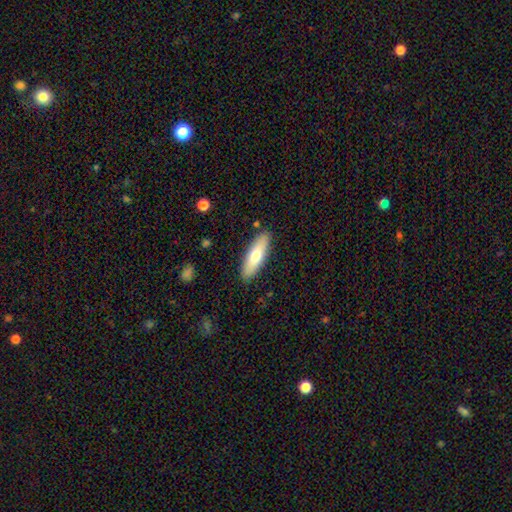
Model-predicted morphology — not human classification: The model was most divided on "how rounded": cigar-shaped: 50%, in between: 49%, round: 2%. More confident: merging — none (88%); smooth or featured — smooth (67%).